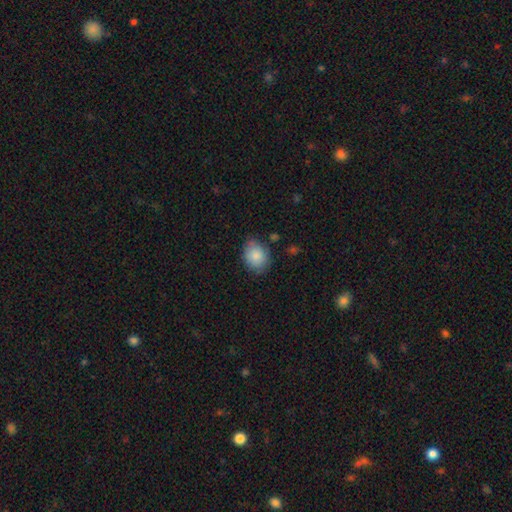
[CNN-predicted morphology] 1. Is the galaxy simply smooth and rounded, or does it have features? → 84% smooth, 9% featured or disk, 7% star or artifact.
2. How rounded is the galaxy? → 55% in between, 44% round, 1% cigar-shaped.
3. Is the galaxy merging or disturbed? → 72% none, 22% minor disturbance, 4% major disturbance, 3% merger.